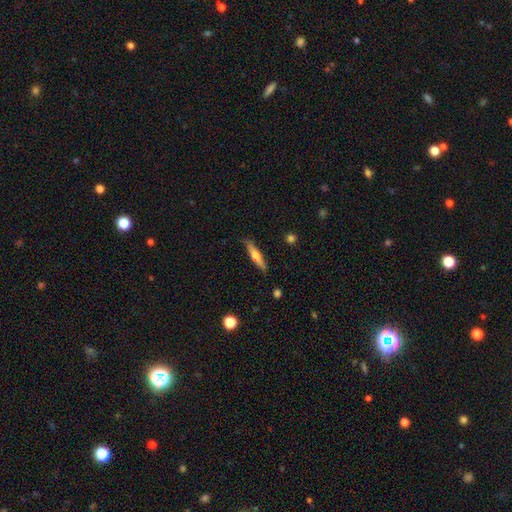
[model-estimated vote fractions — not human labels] Smooth or featured: featured or disk — 50% (smooth — 43%)
Edge-on disk: yes — 94% (no — 6%)
Merging: none — 84% (minor disturbance — 12%)